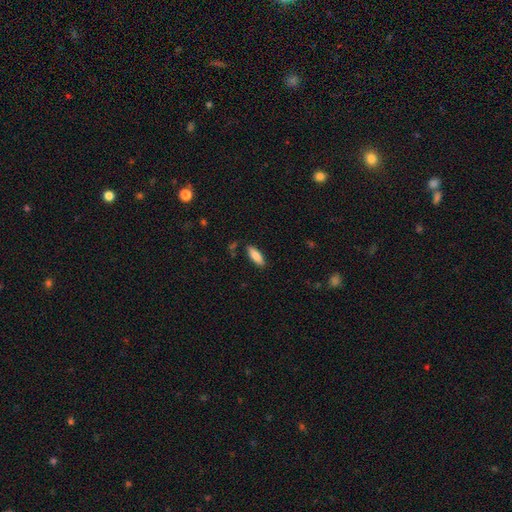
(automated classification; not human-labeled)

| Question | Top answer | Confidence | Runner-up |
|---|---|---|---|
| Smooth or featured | smooth | 84% | featured or disk (10%) |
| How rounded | in between | 62% | cigar-shaped (36%) |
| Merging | none | 85% | minor disturbance (10%) |